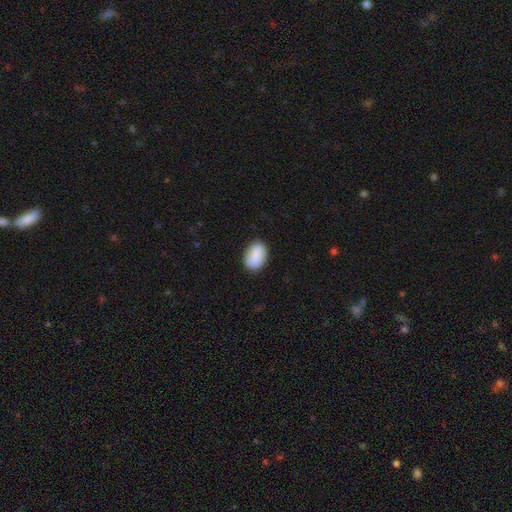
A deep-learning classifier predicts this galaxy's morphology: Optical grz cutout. It shows a smooth galaxy with no disk features (80%) that is in between round and cigar-shaped (82%). Merging: none (83%).